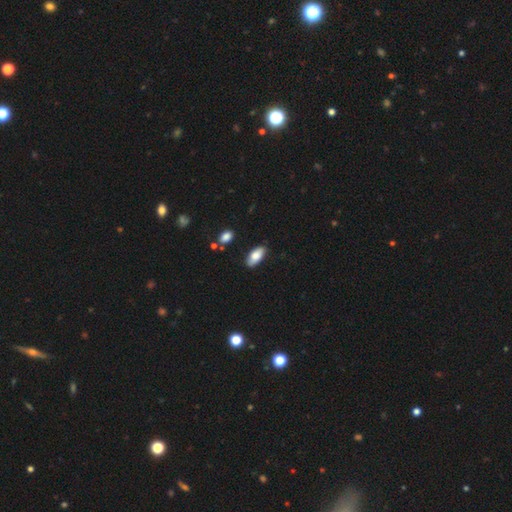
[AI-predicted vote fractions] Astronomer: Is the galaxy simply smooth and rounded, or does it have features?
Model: smooth — 82%.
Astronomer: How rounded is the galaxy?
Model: in between — 89%.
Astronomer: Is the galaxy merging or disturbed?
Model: none — 84%.